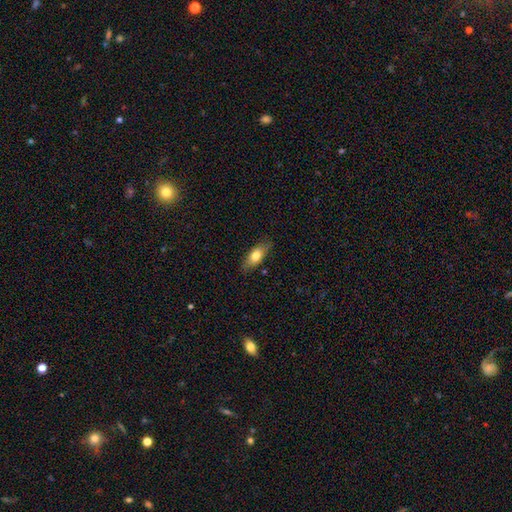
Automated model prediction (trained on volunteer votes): A smooth galaxy with no disk features (72%) that is in between round and cigar-shaped (78%). Merging: none (82%).